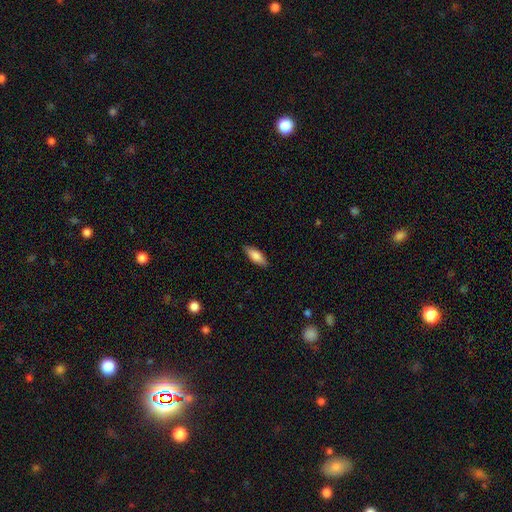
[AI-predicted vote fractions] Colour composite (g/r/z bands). It shows a smooth galaxy with no disk features (81%) that is in between round and cigar-shaped (69%). Merging: none (86%).